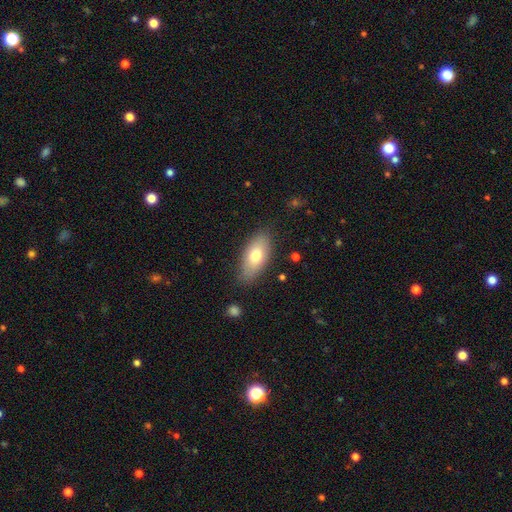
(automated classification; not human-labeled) smooth_or_featured: smooth (p=0.73) [alt: featured or disk p=0.21]
how_rounded: in between (p=0.87) [alt: cigar-shaped p=0.09]
merging: none (p=0.82) [alt: minor disturbance p=0.14]